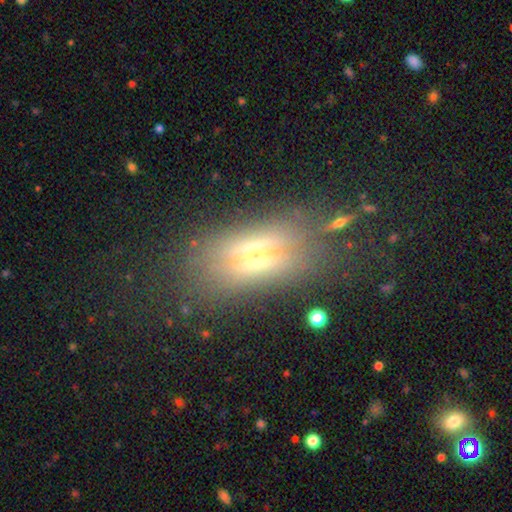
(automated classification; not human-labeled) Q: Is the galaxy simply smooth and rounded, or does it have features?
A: featured or disk — 43%.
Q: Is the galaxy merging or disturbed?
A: none — 58%.